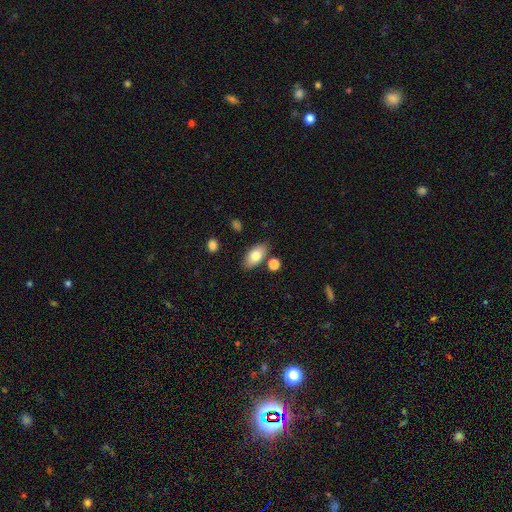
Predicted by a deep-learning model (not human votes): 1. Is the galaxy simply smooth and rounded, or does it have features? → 80% smooth, 13% featured or disk, 7% star or artifact.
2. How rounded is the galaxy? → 92% in between, 4% round, 4% cigar-shaped.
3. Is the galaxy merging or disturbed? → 79% none, 11% minor disturbance, 7% merger, 3% major disturbance.